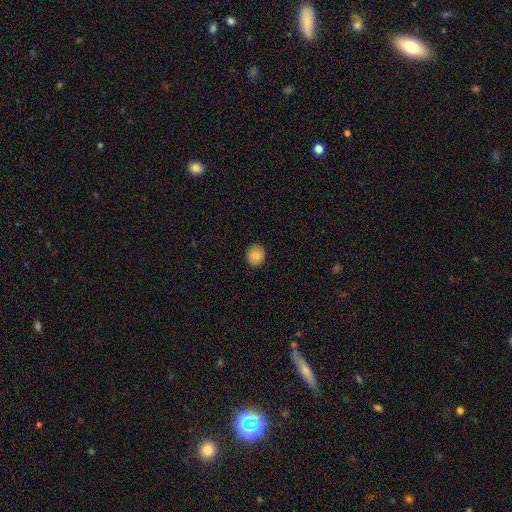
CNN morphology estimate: smooth-or-featured: smooth: 85% | star or artifact: 8% | featured or disk: 6%
  how-rounded: round: 82% | in between: 18% | cigar-shaped: 1%
  merging: none: 90% | minor disturbance: 7% | major disturbance: 2% | merger: 1%